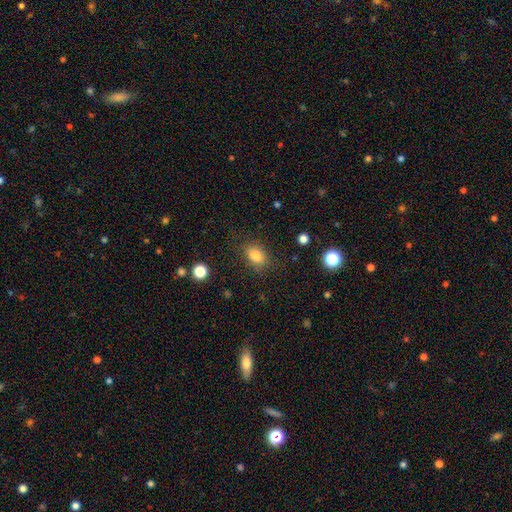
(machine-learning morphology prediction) A smooth galaxy with no disk features (83%) that is in between round and cigar-shaped (76%). Merging: none (81%).